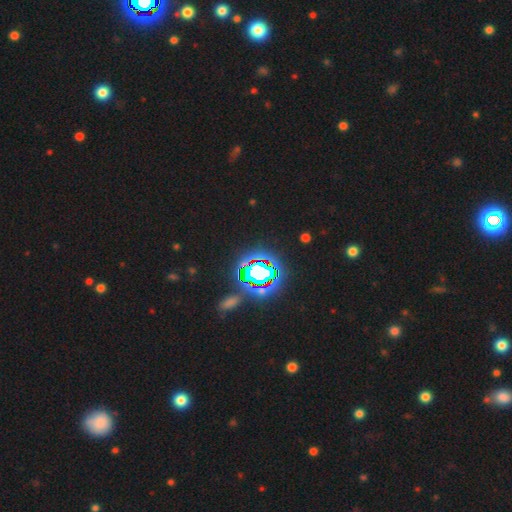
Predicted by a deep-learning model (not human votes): smooth-or-featured: star or artifact: 84% | smooth: 10% | featured or disk: 6%